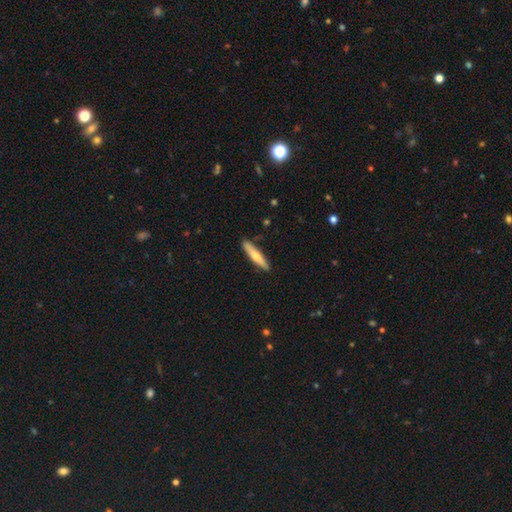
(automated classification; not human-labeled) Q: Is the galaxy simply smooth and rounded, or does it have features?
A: smooth — 62%.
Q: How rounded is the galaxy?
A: cigar-shaped — 86%.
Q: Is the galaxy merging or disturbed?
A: none — 88%.